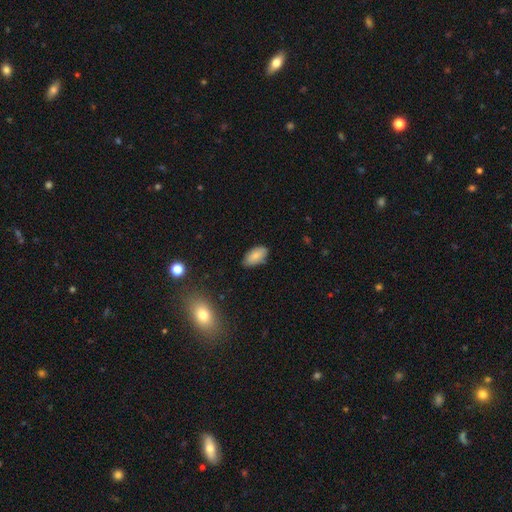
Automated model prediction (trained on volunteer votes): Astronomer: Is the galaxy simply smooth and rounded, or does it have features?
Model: smooth — 82%.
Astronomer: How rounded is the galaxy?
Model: in between — 94%.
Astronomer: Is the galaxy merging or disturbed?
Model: none — 79%.